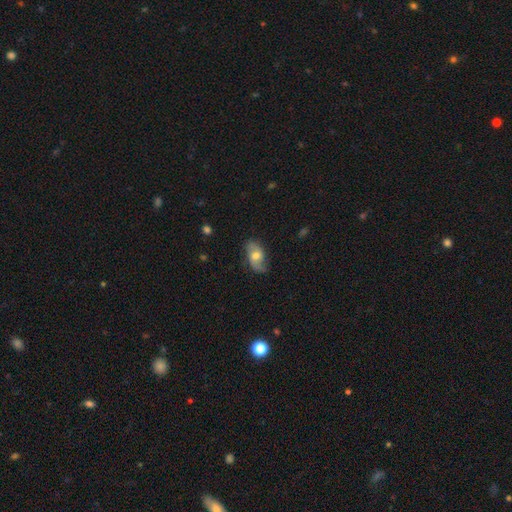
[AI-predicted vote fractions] Q: Smooth or featured?
A: featured or disk (61%); runner-up: smooth (32%)
Q: Edge-on disk?
A: no (94%); runner-up: yes (6%)
Q: Bar?
A: no (60%); runner-up: weak (33%)
Q: Spiral arms?
A: yes (87%); runner-up: no (13%)
Q: Spiral winding?
A: loose (55%); runner-up: medium (32%)
Q: Spiral arm count?
A: 2 (85%); runner-up: can't tell (7%)
Q: Bulge size?
A: moderate (68%); runner-up: small (21%)
Q: Merging?
A: none (72%); runner-up: minor disturbance (20%)